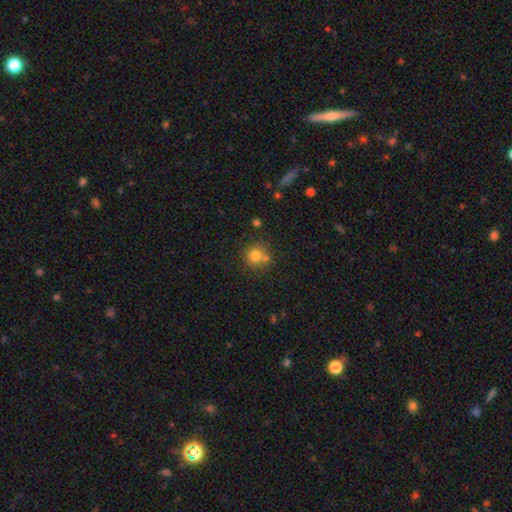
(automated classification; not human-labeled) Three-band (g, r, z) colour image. It shows a smooth galaxy with no disk features (77%) that is round (90%). Merging: none (64%).